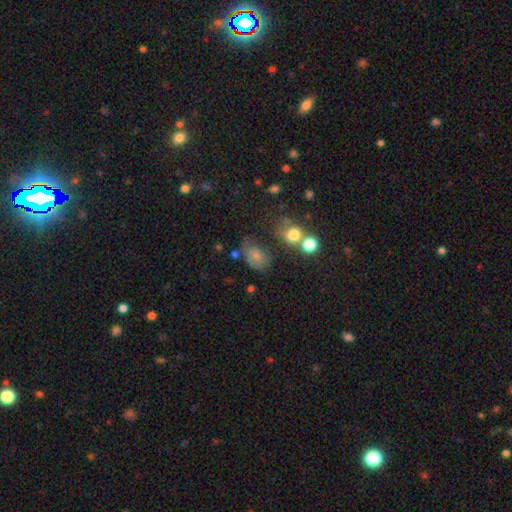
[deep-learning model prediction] Smooth or featured? smooth (71%)
How rounded? in between (77%)
Merging? none (42%)